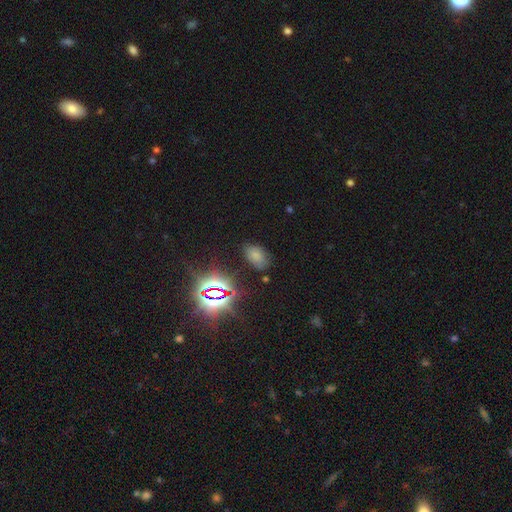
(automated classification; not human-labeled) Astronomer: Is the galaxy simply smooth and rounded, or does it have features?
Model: smooth — 61%.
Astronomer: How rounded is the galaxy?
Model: in between — 91%.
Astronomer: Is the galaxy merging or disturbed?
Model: none — 73%.